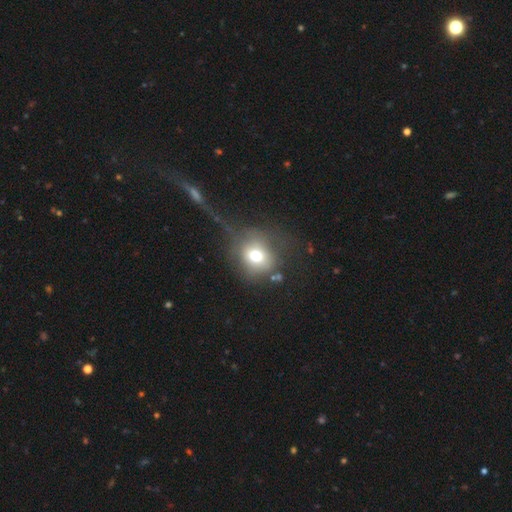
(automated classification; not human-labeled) Q: Smooth or featured?
A: smooth (68%); runner-up: featured or disk (18%)
Q: How rounded?
A: round (79%); runner-up: in between (20%)
Q: Merging?
A: none (52%); runner-up: major disturbance (26%)